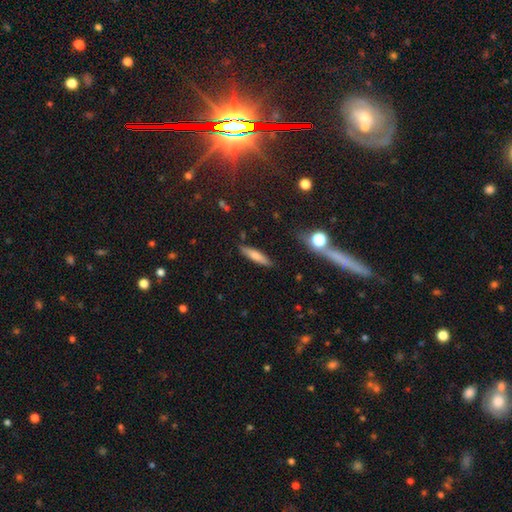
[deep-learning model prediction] smooth 70%, featured or disk 22%, star or artifact 8%. Down the decision tree: how rounded — cigar-shaped (79%); merging — none (87%).